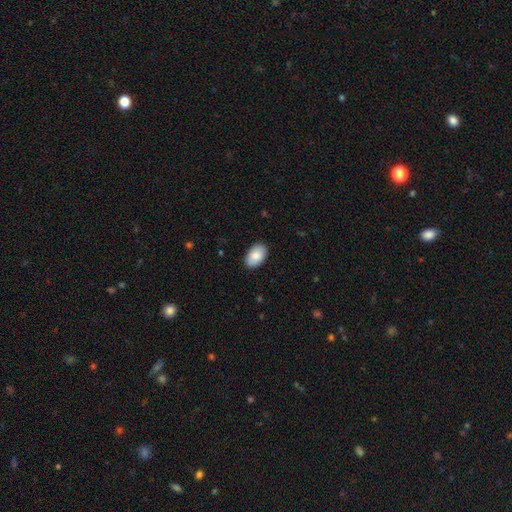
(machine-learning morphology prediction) Q: Smooth or featured?
A: smooth (86%); runner-up: featured or disk (8%)
Q: How rounded?
A: in between (93%); runner-up: round (6%)
Q: Merging?
A: none (88%); runner-up: minor disturbance (9%)